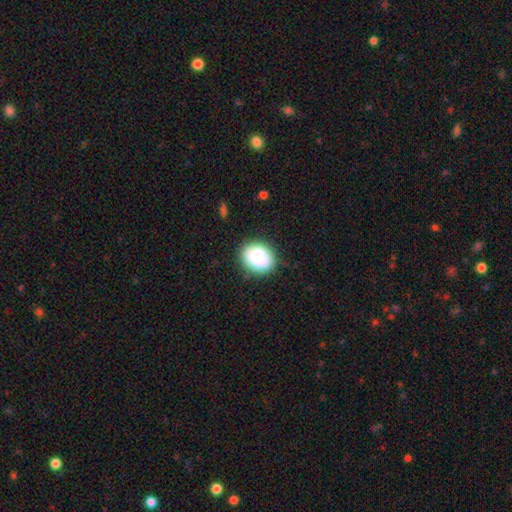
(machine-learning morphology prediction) This appears to be a smooth galaxy with no disk features (73%) that is round (59%). Merging: none (66%).